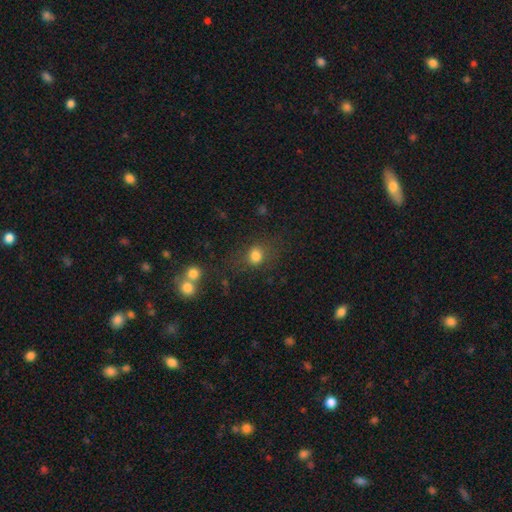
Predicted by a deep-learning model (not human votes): This appears to be a smooth galaxy with no disk features (80%) that is round (67%). Merging: none (69%).